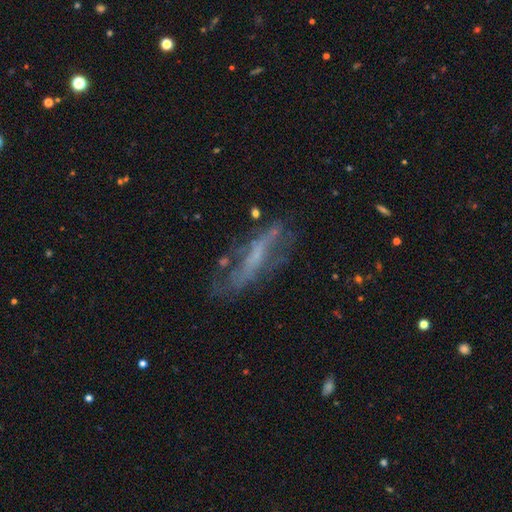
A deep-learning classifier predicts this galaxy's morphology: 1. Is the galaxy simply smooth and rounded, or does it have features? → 60% featured or disk, 28% smooth, 11% star or artifact.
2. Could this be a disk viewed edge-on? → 60% no, 40% yes.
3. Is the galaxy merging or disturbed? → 54% none, 23% minor disturbance, 18% major disturbance, 5% merger.